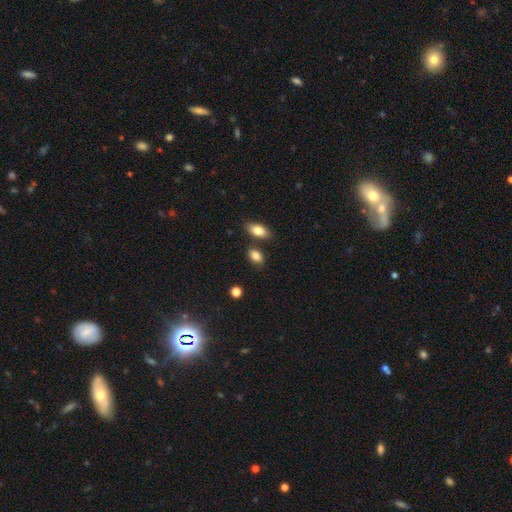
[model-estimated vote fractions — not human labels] This appears to be a smooth galaxy with no disk features (85%) that is in between round and cigar-shaped (85%). Merging: none (74%).